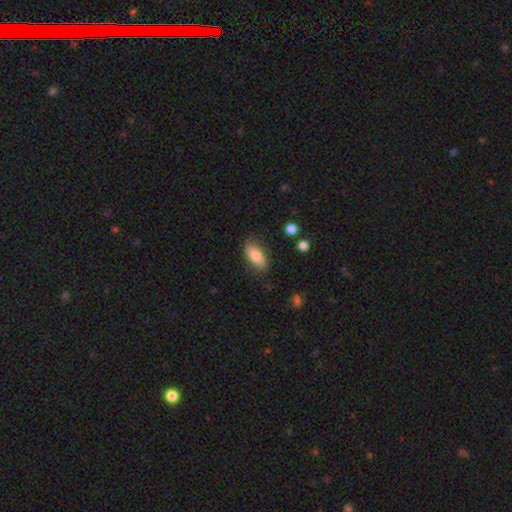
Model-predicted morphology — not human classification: Overall: smooth (79%). How rounded: in between (85%). Merging: none (78%).